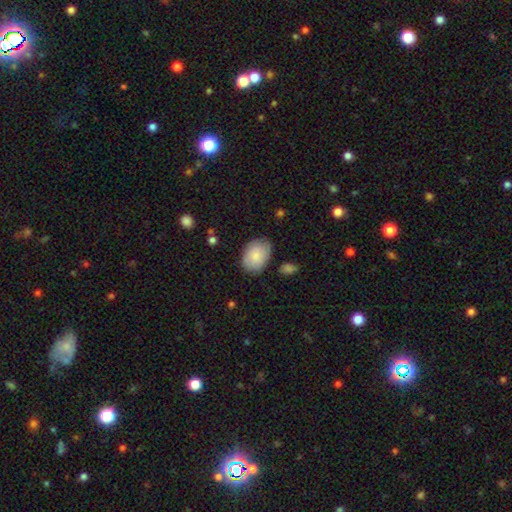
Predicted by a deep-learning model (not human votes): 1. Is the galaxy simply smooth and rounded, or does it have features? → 84% smooth, 10% featured or disk, 6% star or artifact.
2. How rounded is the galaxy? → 84% in between, 15% round, 1% cigar-shaped.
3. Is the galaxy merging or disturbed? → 76% none, 18% minor disturbance, 4% major disturbance, 2% merger.